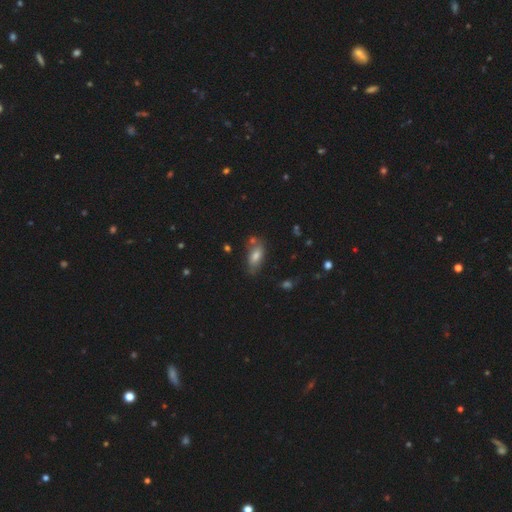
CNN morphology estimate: Q: Smooth or featured?
A: smooth (69%); runner-up: featured or disk (20%)
Q: How rounded?
A: in between (82%); runner-up: cigar-shaped (13%)
Q: Merging?
A: none (68%); runner-up: minor disturbance (18%)